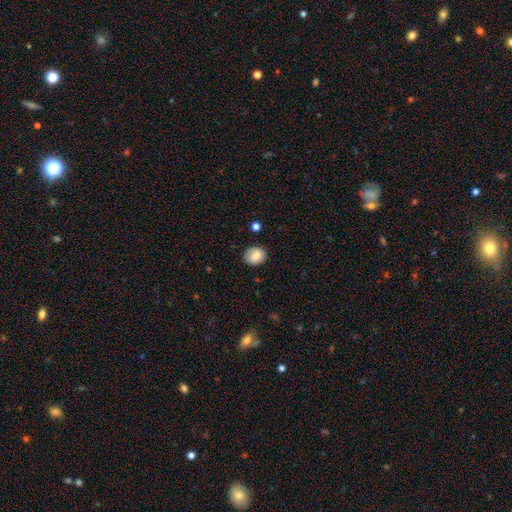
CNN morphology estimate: This appears to be a smooth galaxy with no disk features (83%) that is round (57%). Merging: none (83%).